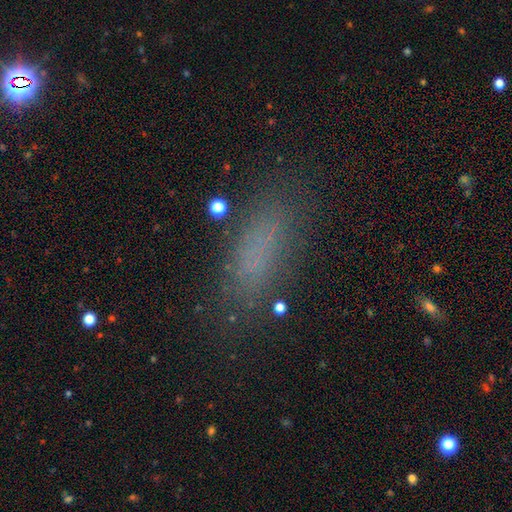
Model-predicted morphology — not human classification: Overall: smooth (72%). How rounded: in between (68%; cigar-shaped 28%). Merging: none (76%).